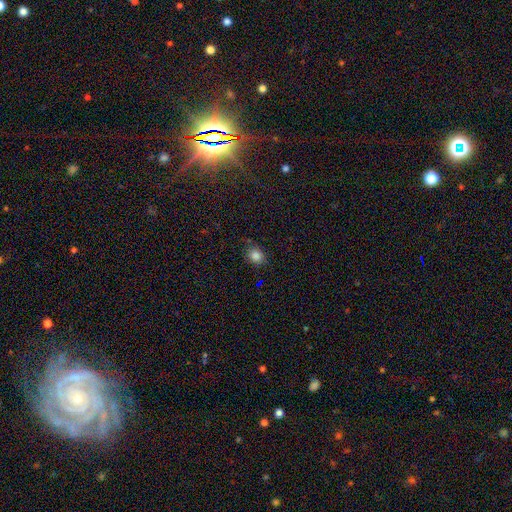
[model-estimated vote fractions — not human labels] smooth 83%, star or artifact 12%, featured or disk 5%. Down the decision tree: how rounded — round (64%); merging — none (81%).